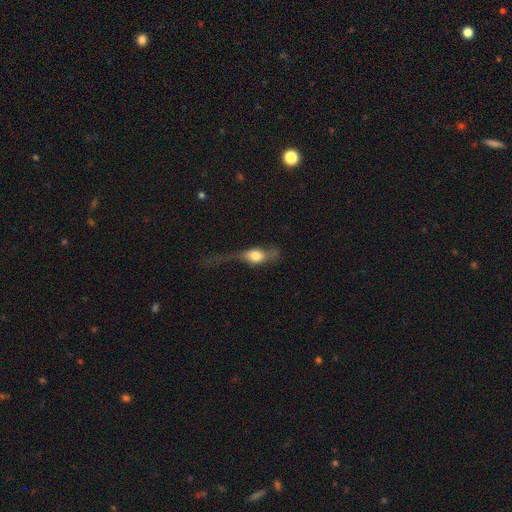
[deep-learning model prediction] The model was most divided on "smooth or featured": smooth: 62%, featured or disk: 30%, star or artifact: 8%. More confident: how rounded — in between (69%); merging — major disturbance (54%).